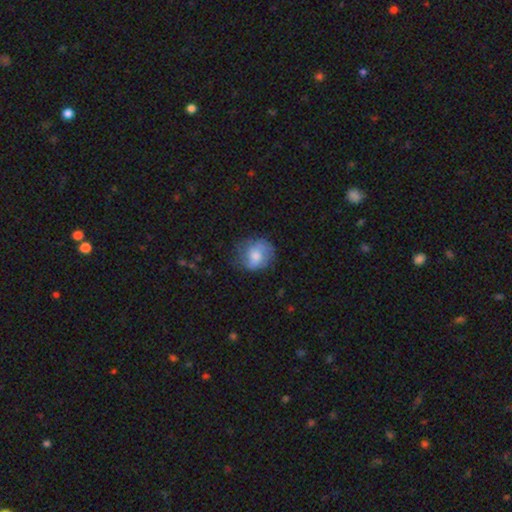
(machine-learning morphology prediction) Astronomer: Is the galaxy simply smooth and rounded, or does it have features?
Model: smooth — 61%.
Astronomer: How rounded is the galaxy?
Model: round — 71%.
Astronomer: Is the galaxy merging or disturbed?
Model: none — 60%.